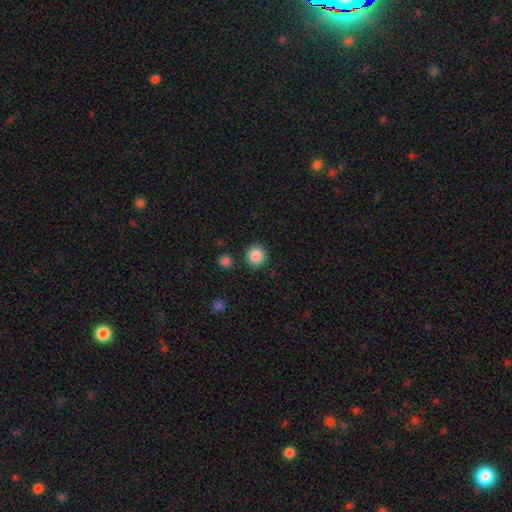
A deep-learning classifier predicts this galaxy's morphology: This is clearly a smooth galaxy (87%). How rounded: clearly round (93%). Merging: clearly none (89%).